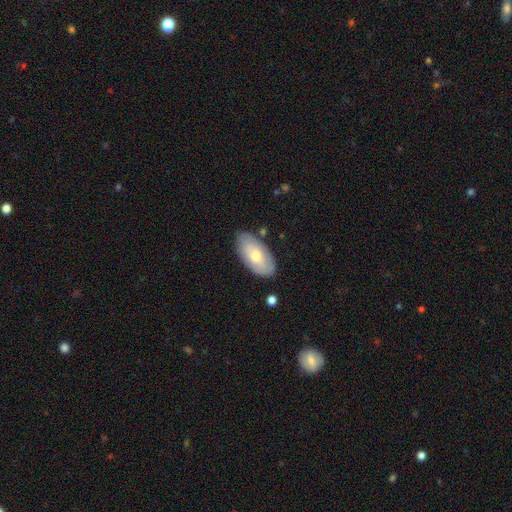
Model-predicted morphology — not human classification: The model was most divided on "smooth or featured": smooth: 59%, featured or disk: 35%, star or artifact: 6%. More confident: how rounded — in between (94%); merging — none (81%).